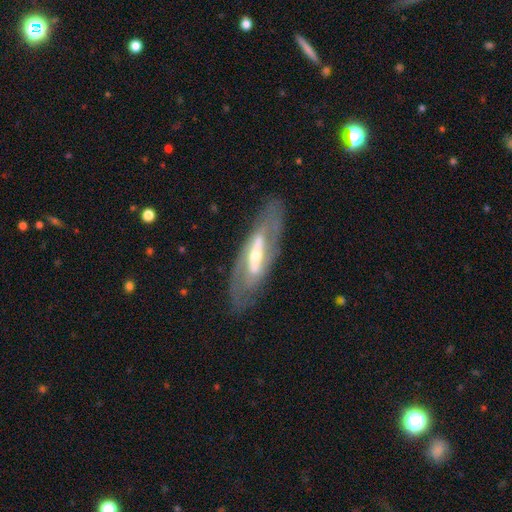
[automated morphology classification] Smooth or featured? Predicted: featured or disk (p=0.78). Edge-on disk? Predicted: no (p=0.74). Bar? Predicted: strong (p=0.50). Spiral arms? Predicted: yes (p=0.67). Bulge size? Predicted: moderate (p=0.53). Merging? Predicted: none (p=0.81).